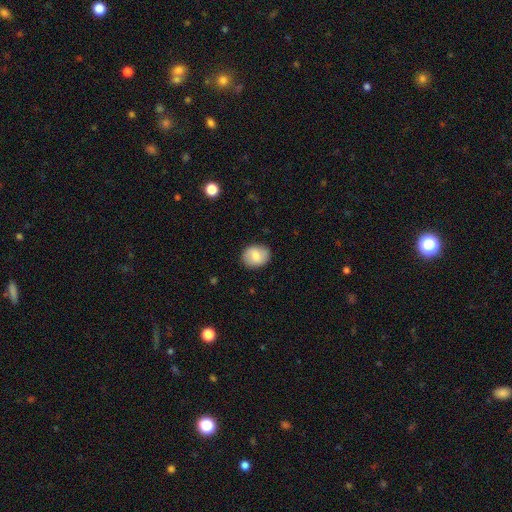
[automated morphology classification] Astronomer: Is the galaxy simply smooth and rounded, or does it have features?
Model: smooth — 74%.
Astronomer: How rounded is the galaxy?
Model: round — 53% (runner-up: in between, 46%).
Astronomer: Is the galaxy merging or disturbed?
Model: none — 86%.